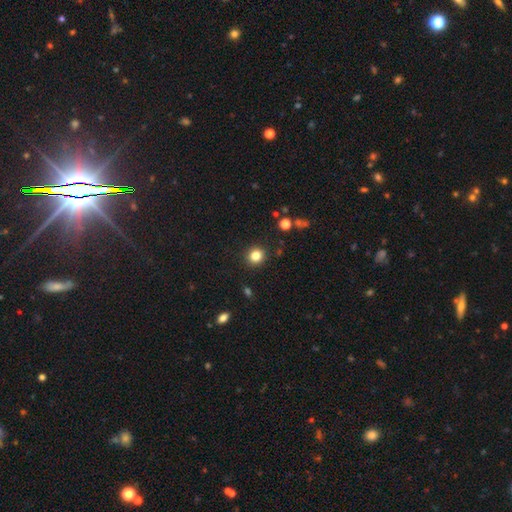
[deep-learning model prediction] Smooth or featured: smooth — 82% (star or artifact — 12%)
How rounded: round — 89% (in between — 10%)
Merging: none — 91% (minor disturbance — 6%)